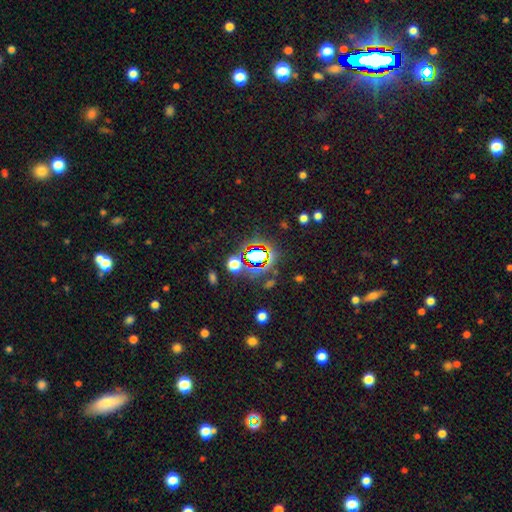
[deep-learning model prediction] Smooth or featured? Predicted: star or artifact (p=0.65).